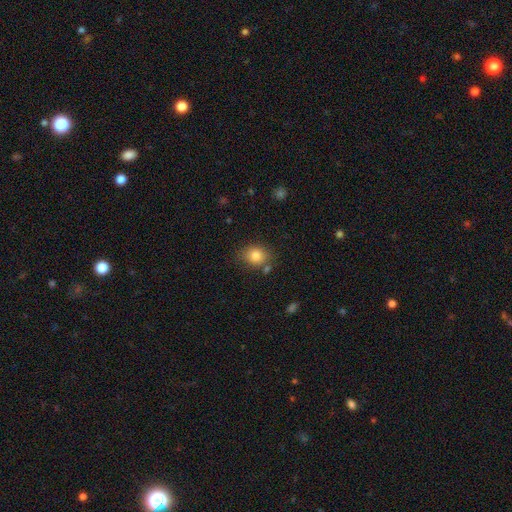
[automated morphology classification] This appears to be a smooth galaxy with no disk features (82%) that is round (59%). Merging: none (76%).